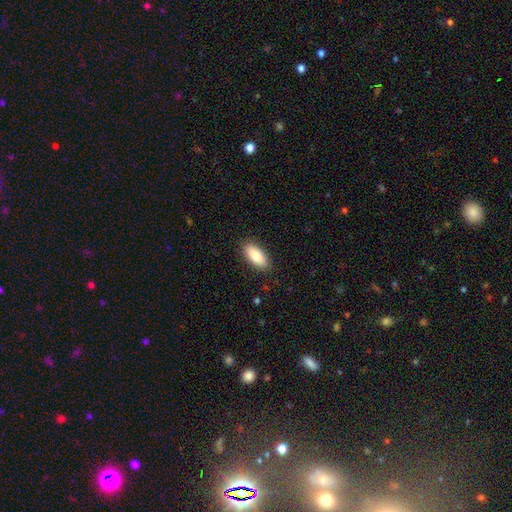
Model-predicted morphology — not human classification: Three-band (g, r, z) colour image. It shows a smooth galaxy with no disk features (84%) that is in between round and cigar-shaped (88%). Merging: none (88%).